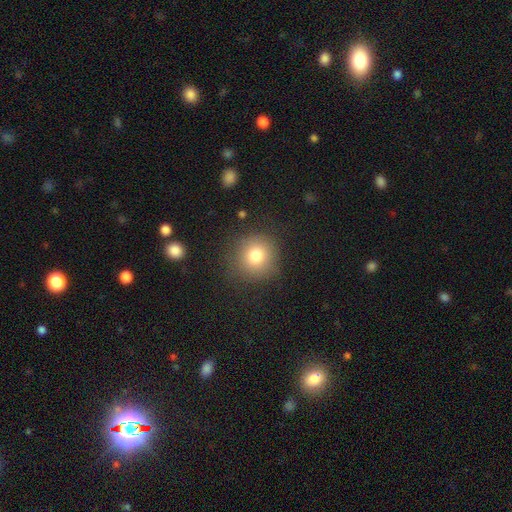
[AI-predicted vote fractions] Smooth or featured?
  - smooth: 78% *
  - star or artifact: 12%
  - featured or disk: 10%
How rounded?
  - round: 91% *
  - in between: 8%
  - cigar-shaped: 1%
Merging?
  - none: 84% *
  - minor disturbance: 10%
  - major disturbance: 5%
  - merger: 1%